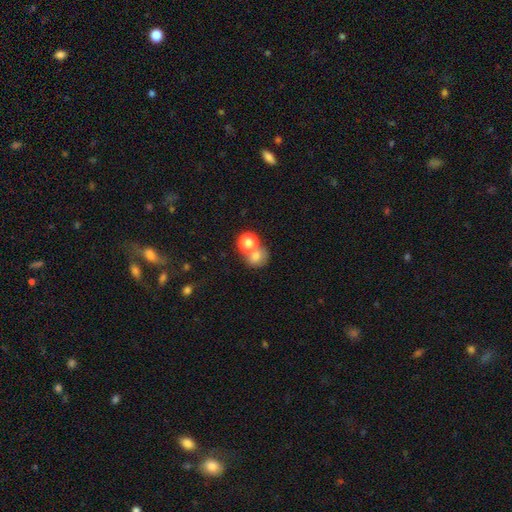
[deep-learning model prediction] Smooth or featured: smooth — 74% (star or artifact — 14%)
How rounded: round — 73% (in between — 26%)
Merging: merger — 46% (none — 40%)